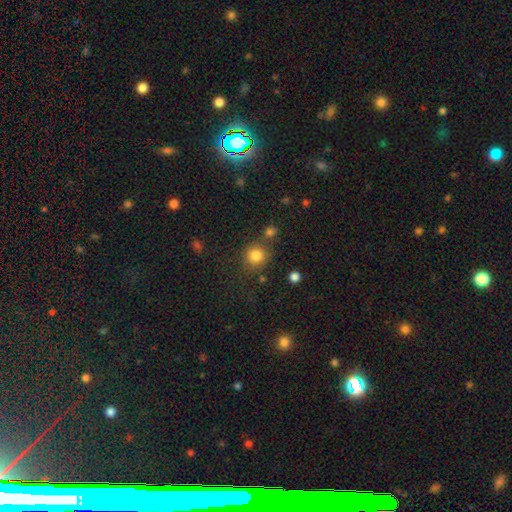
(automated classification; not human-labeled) Overall: smooth (83%). How rounded: round (88%). Merging: none (74%).